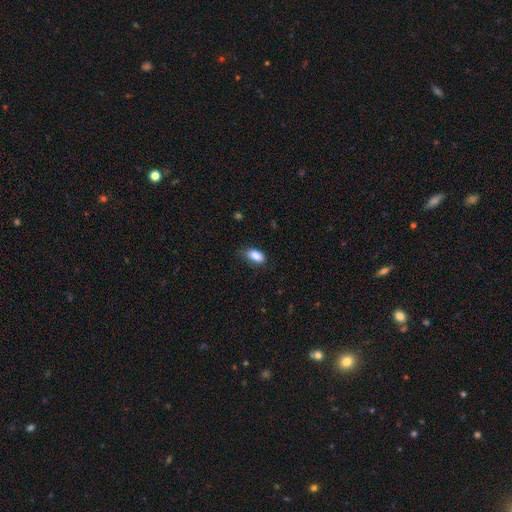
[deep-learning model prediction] smooth 88%, star or artifact 7%, featured or disk 5%. Down the decision tree: how rounded — in between (91%); merging — none (73%).